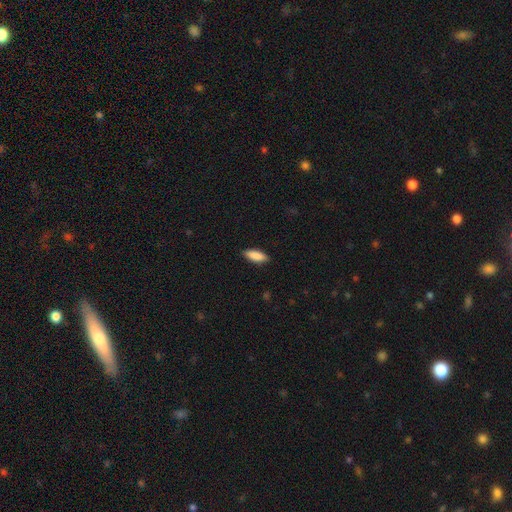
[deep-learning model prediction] Q: Smooth or featured?
A: smooth (88%); runner-up: featured or disk (6%)
Q: How rounded?
A: in between (72%); runner-up: cigar-shaped (26%)
Q: Merging?
A: none (88%); runner-up: minor disturbance (9%)